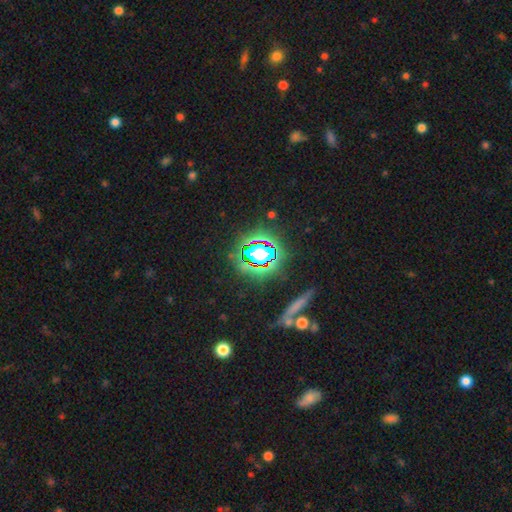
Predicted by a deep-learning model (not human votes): Overall: star or artifact (78%).